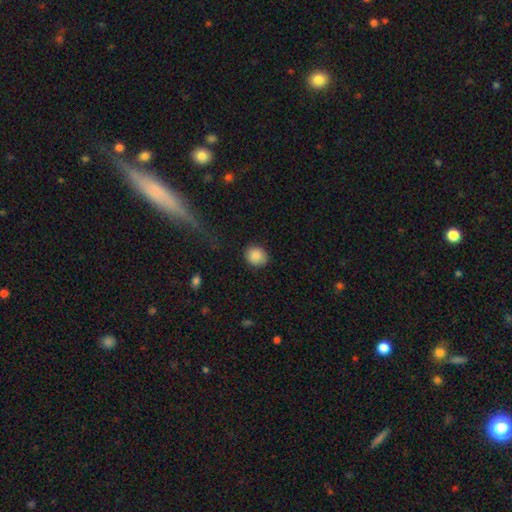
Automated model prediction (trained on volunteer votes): This is clearly a smooth galaxy (88%). How rounded: clearly round (81%). Merging: clearly none (86%).